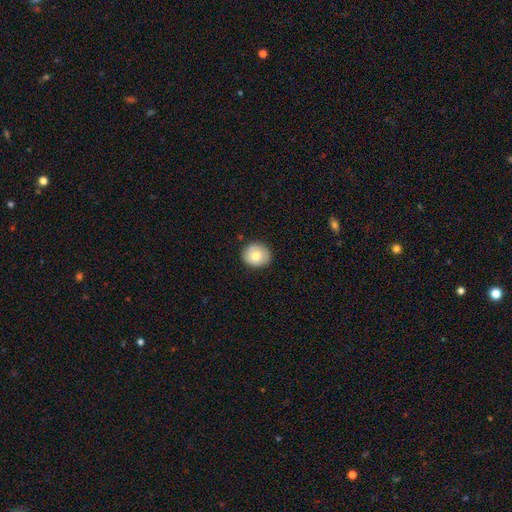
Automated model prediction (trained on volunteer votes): A smooth galaxy with no disk features (70%) that is round (76%).

Vote fractions:
- Smooth or featured? smooth: 70% / featured or disk: 22% / star or artifact: 8%
- How rounded? round: 76% / in between: 23% / cigar-shaped: 1%
- Merging? none: 85% / minor disturbance: 12% / major disturbance: 2% / merger: 1%